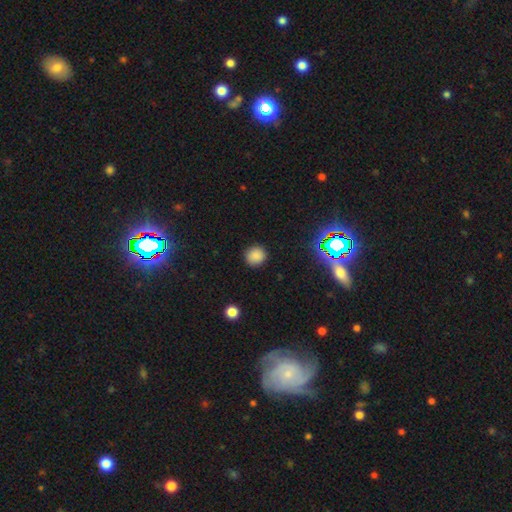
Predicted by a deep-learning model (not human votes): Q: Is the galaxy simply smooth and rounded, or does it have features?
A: smooth — 83%.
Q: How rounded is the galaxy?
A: round — 91%.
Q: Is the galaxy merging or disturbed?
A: none — 89%.